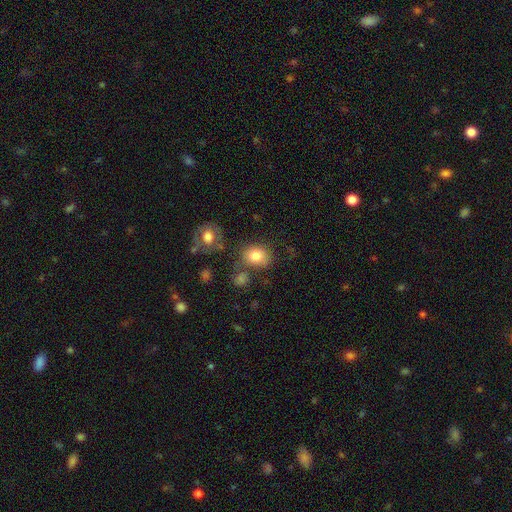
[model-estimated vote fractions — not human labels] smooth 80%, star or artifact 10%, featured or disk 10%. Down the decision tree: how rounded — round (51%); merging — none (67%).